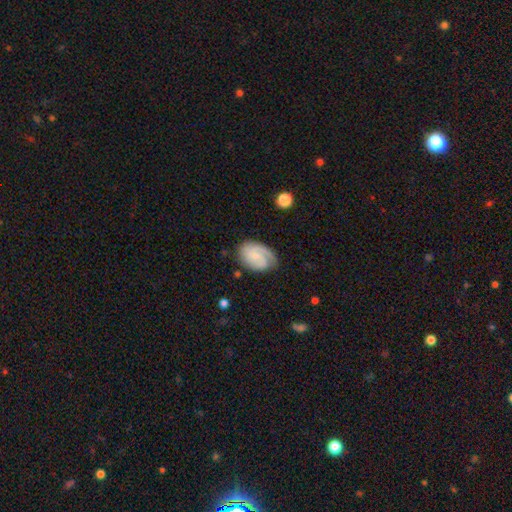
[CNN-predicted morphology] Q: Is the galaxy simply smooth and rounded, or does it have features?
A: featured or disk — 61%.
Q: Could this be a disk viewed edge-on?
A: no — 97%.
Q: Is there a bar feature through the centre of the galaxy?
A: no — 62%.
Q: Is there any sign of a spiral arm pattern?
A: yes — 92%.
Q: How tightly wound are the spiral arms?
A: tight — 48%.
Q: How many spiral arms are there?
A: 2 — 40%.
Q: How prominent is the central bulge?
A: small — 55%.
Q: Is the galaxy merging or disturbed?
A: none — 67%.